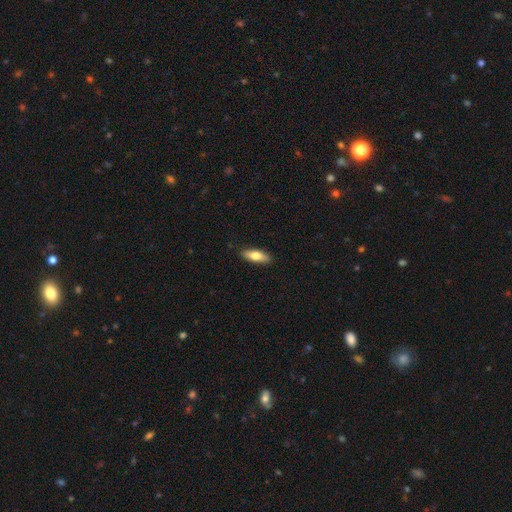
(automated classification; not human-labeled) smooth-or-featured: smooth: 72% | featured or disk: 22% | star or artifact: 6%
  how-rounded: in between: 59% | cigar-shaped: 38% | round: 2%
  merging: none: 88% | minor disturbance: 9% | major disturbance: 2% | merger: 1%